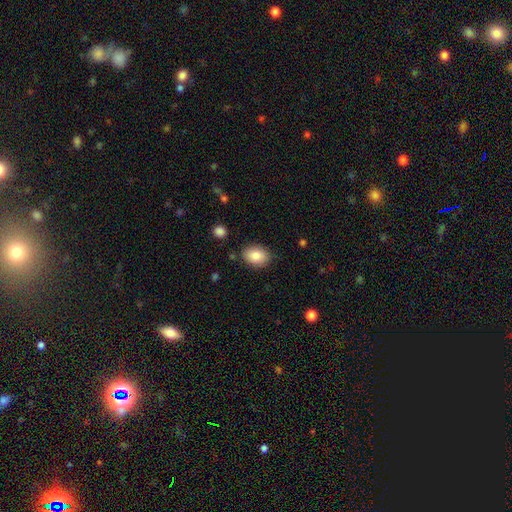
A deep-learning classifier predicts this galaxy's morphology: The model was most divided on "how rounded": in between: 73%, round: 26%, cigar-shaped: 1%. More confident: smooth or featured — smooth (85%); merging — none (84%).